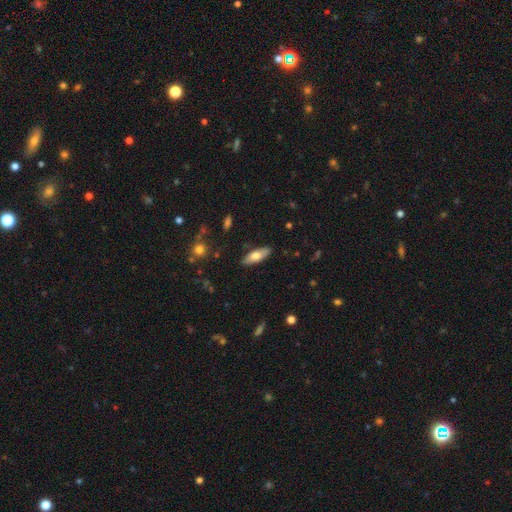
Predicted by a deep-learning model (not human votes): Morphology: type=smooth (69%); roundness=in between (67%); merging=none (87%).